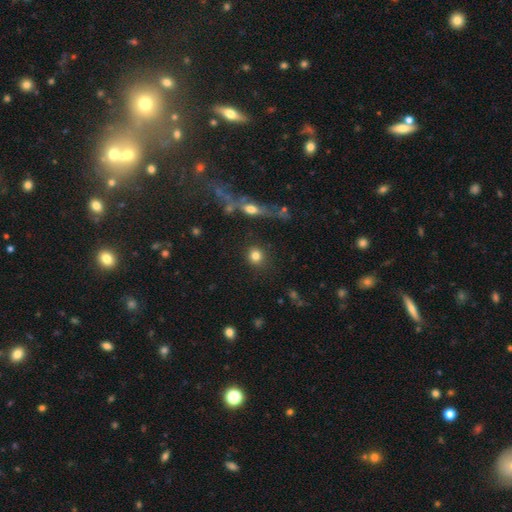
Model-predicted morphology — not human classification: Smooth or featured? smooth (81%)
How rounded? round (85%)
Merging? none (86%)